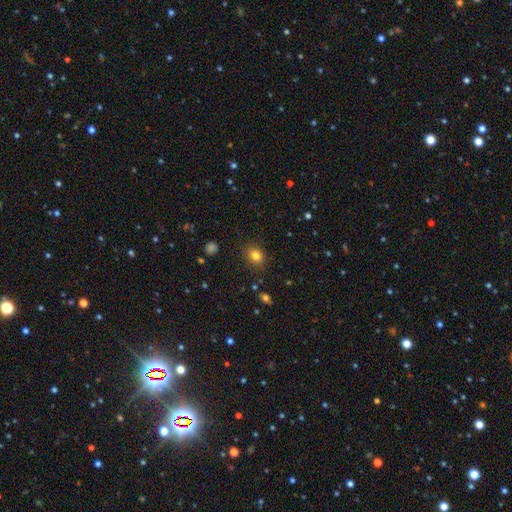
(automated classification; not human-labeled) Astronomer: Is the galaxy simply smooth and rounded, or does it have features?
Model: smooth — 80%.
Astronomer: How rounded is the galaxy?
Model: round — 61% (runner-up: in between, 38%).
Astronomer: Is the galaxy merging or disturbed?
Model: none — 85%.